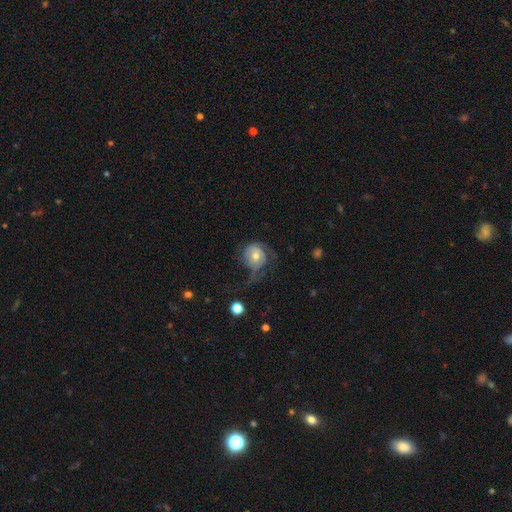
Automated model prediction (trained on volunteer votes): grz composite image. It shows a featured or disk galaxy (65%) with no bar (72%), 2 (40%) tight (39%) spiral arms (81%) and a moderate central bulge (63%). Merging: major disturbance (39%).